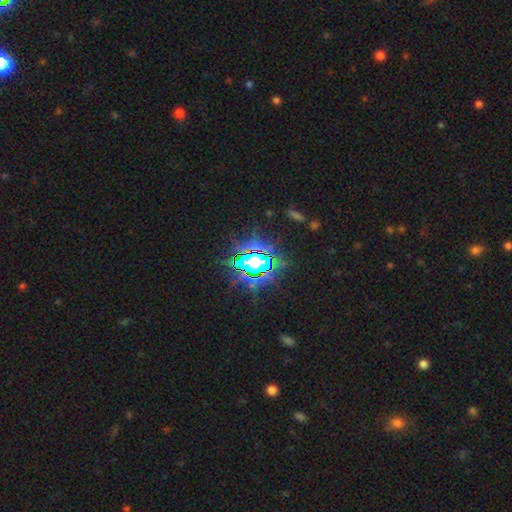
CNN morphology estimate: smooth_or_featured: star or artifact (p=0.81) [alt: smooth p=0.11]